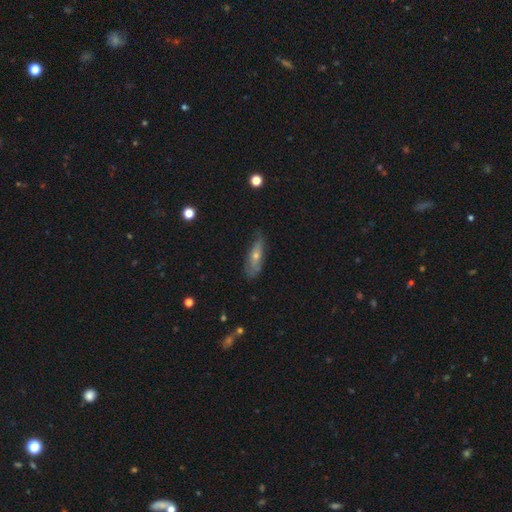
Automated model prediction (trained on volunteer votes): Smooth or featured?
  - featured or disk: 46% *
  - smooth: 45%
  - star or artifact: 9%
Merging?
  - none: 72% *
  - minor disturbance: 21%
  - major disturbance: 5%
  - merger: 2%